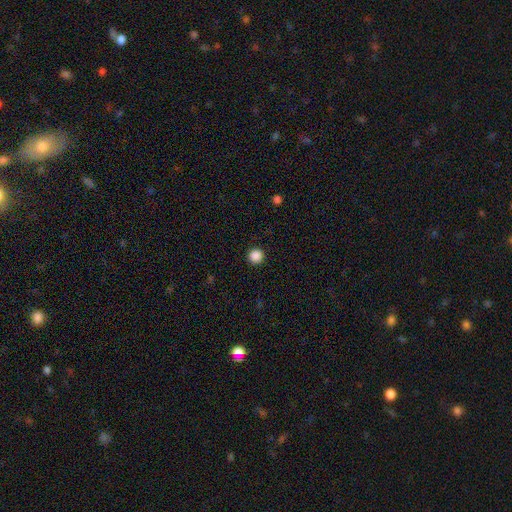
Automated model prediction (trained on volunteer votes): A smooth galaxy with no disk features (87%) that is round (96%).

Vote fractions:
- Smooth or featured? smooth: 87% / star or artifact: 10% / featured or disk: 2%
- How rounded? round: 96% / in between: 3% / cigar-shaped: 1%
- Merging? none: 93% / minor disturbance: 4% / major disturbance: 2% / merger: 1%